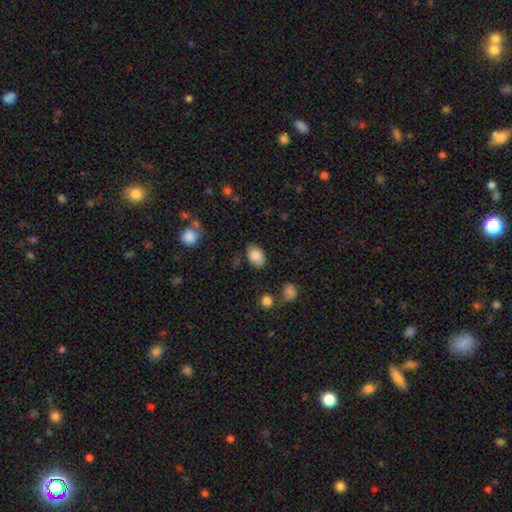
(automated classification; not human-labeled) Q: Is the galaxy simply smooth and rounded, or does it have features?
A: smooth — 86%.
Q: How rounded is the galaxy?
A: in between — 82%.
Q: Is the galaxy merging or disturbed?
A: none — 77%.